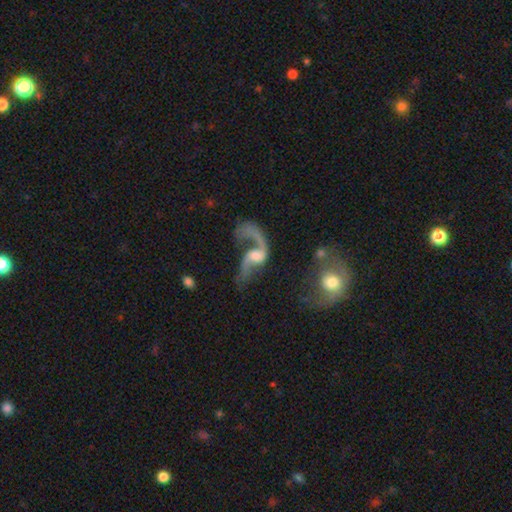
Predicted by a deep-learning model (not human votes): Q: Smooth or featured?
A: featured or disk (84%); runner-up: smooth (10%)
Q: Edge-on disk?
A: no (97%); runner-up: yes (3%)
Q: Bar?
A: no (50%); runner-up: weak (39%)
Q: Spiral arms?
A: yes (92%); runner-up: no (8%)
Q: Spiral winding?
A: loose (84%); runner-up: medium (13%)
Q: Spiral arm count?
A: 2 (71%); runner-up: 1 (24%)
Q: Bulge size?
A: moderate (45%); runner-up: small (30%)
Q: Merging?
A: major disturbance (37%); runner-up: none (35%)